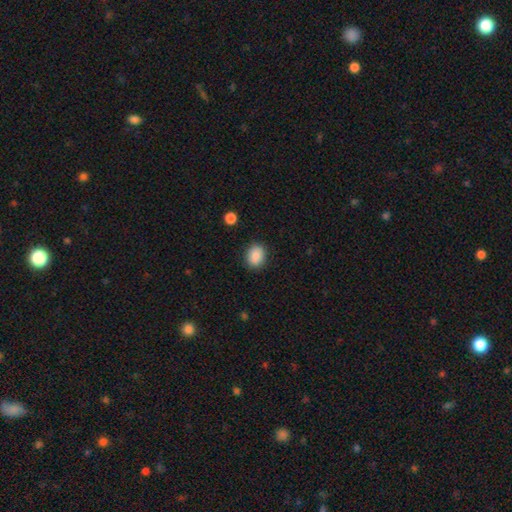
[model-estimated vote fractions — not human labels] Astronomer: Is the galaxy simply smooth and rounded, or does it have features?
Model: smooth — 86%.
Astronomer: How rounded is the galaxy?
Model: round — 53% (runner-up: in between, 46%).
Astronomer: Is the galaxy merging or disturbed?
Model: none — 87%.